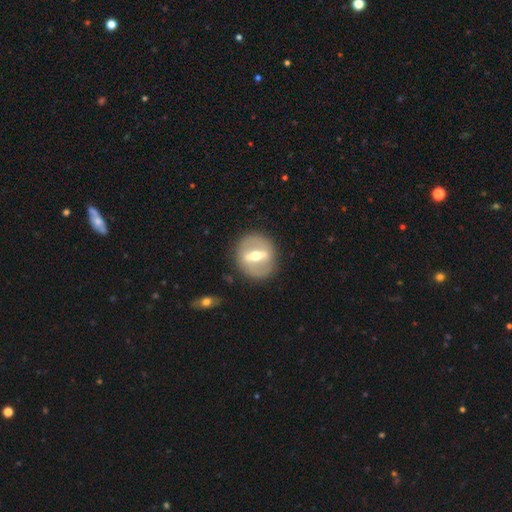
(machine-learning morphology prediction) Smooth or featured: featured or disk — 71% (smooth — 23%)
Edge-on disk: no — 82% (yes — 18%)
Bar: strong — 68% (weak — 24%)
Spiral arms: no — 74% (yes — 26%)
Bulge size: moderate — 72% (small — 14%)
Merging: none — 85% (minor disturbance — 10%)